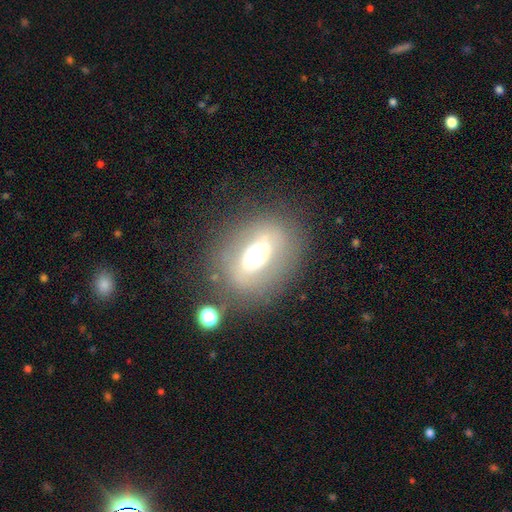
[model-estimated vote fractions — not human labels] Morphology: type=featured or disk (47%); merging=none (72%).